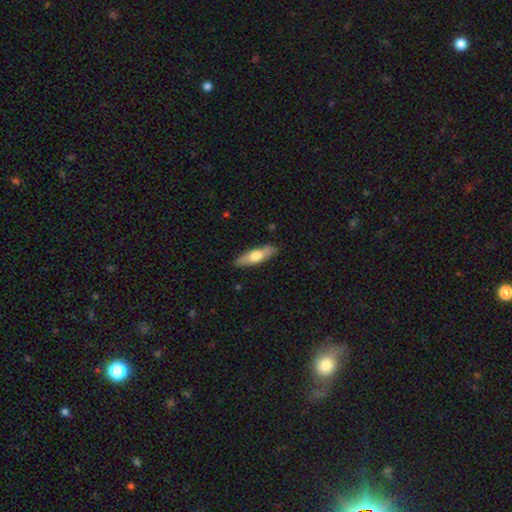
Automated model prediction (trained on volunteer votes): Q: Smooth or featured?
A: smooth (62%); runner-up: featured or disk (33%)
Q: How rounded?
A: cigar-shaped (51%); runner-up: in between (46%)
Q: Merging?
A: none (86%); runner-up: minor disturbance (11%)